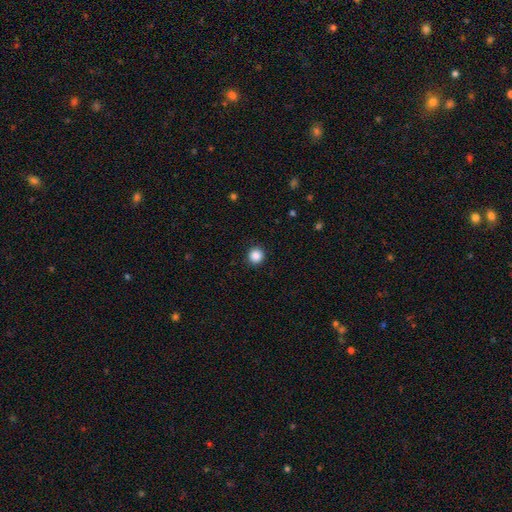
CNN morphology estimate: This is clearly a smooth galaxy (87%). How rounded: clearly round (94%). Merging: clearly none (93%).